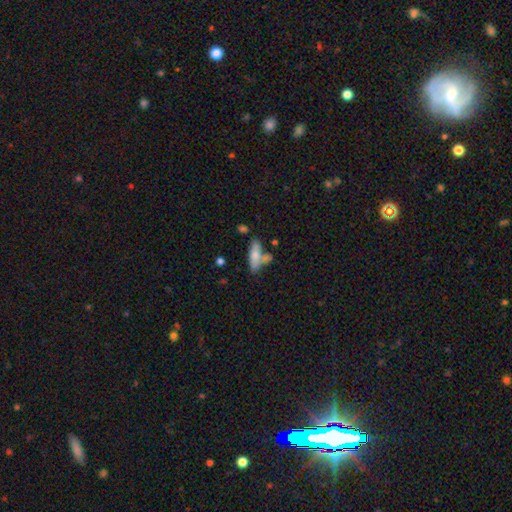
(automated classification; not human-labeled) smooth-or-featured: smooth: 68% | featured or disk: 25% | star or artifact: 7%
  how-rounded: in between: 49% | cigar-shaped: 48% | round: 3%
  merging: none: 51% | merger: 26% | minor disturbance: 17% | major disturbance: 6%